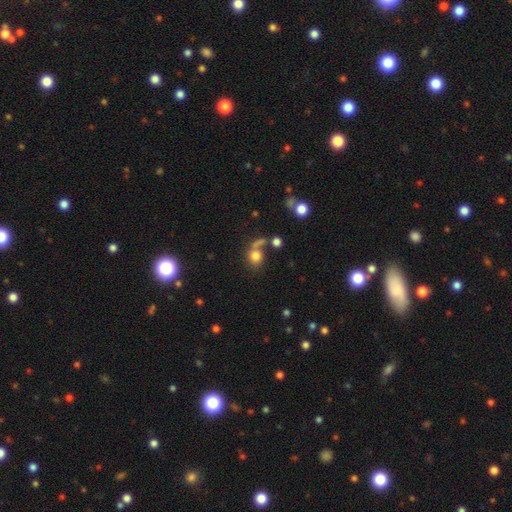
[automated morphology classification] smooth_or_featured: smooth (p=0.76) [alt: featured or disk p=0.12]
how_rounded: round (p=0.77) [alt: in between p=0.22]
merging: none (p=0.46) [alt: merger p=0.27]